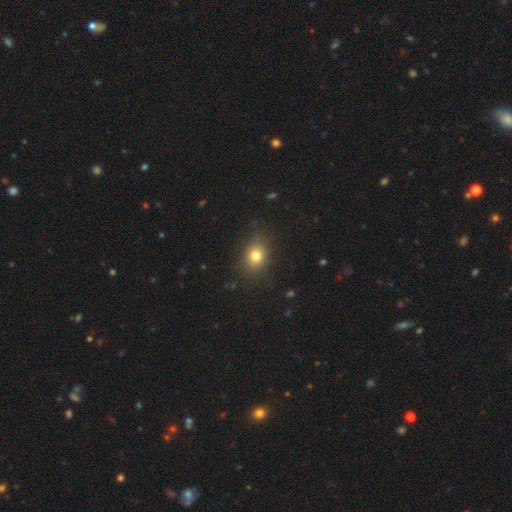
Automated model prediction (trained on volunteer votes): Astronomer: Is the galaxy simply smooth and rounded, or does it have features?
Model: smooth — 78%.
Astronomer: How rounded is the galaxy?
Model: in between — 57% (runner-up: round, 42%).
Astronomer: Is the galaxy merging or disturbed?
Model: none — 85%.